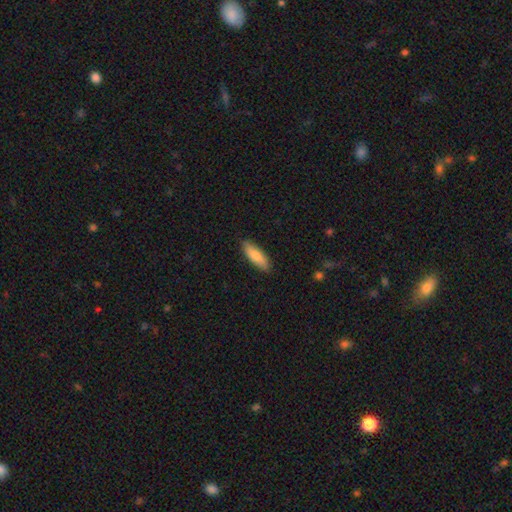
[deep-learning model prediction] Smooth or featured? smooth (81%)
How rounded? in between (52%)
Merging? none (87%)